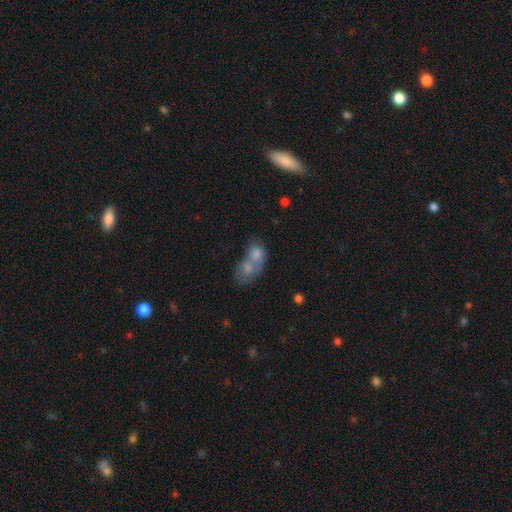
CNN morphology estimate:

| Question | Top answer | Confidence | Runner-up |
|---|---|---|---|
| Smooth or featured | smooth | 70% | featured or disk (21%) |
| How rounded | in between | 71% | round (27%) |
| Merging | merger | 72% | none (15%) |